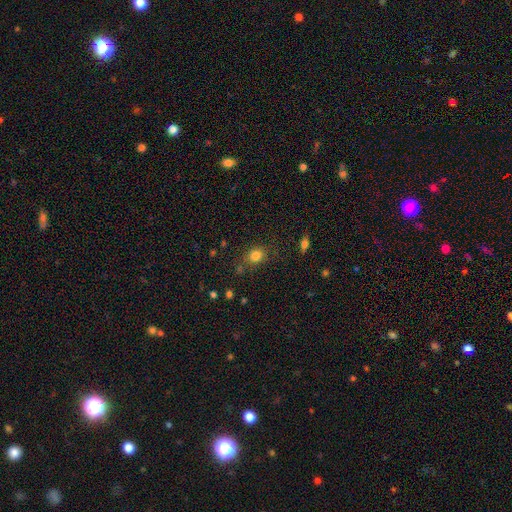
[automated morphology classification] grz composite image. It shows a smooth galaxy with no disk features (80%) that is round (59%). Merging: none (75%).